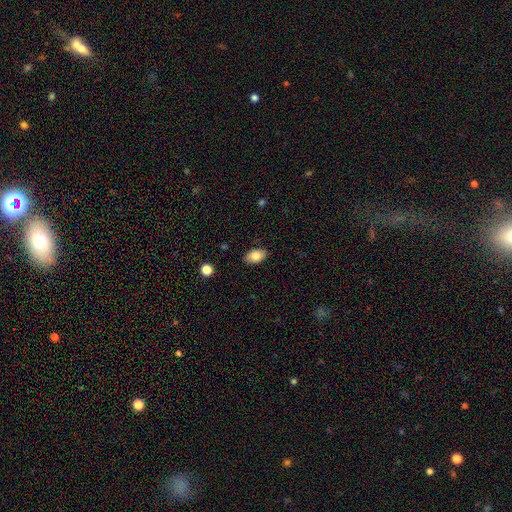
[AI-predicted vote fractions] The model was most divided on "smooth or featured": smooth: 82%, featured or disk: 10%, star or artifact: 8%. More confident: how rounded — in between (90%); merging — none (86%).